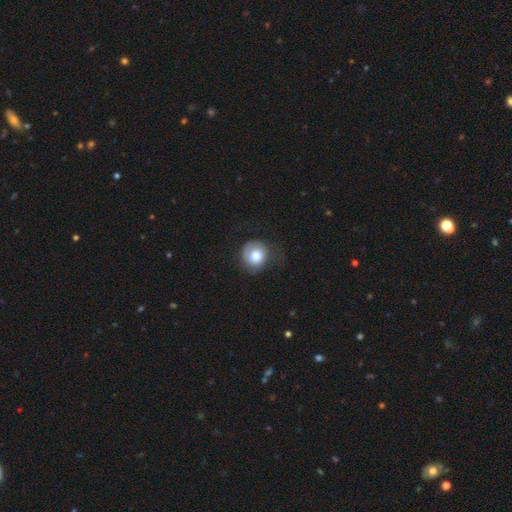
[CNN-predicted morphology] This is likely a smooth galaxy (77%). How rounded: clearly round (84%). Merging: possibly none (57%).